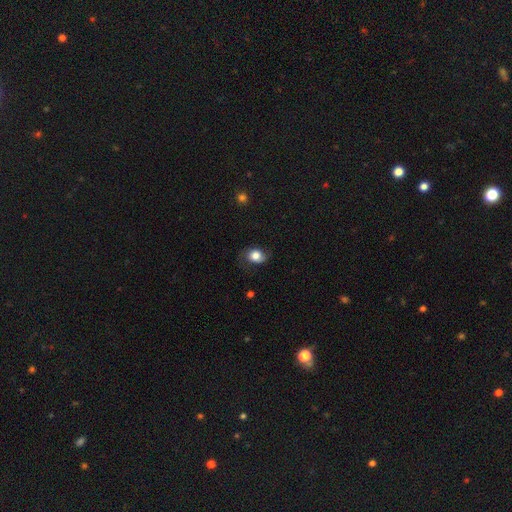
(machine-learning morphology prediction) This is likely a smooth galaxy (77%). How rounded: possibly in between (55%). Merging: likely none (63%).